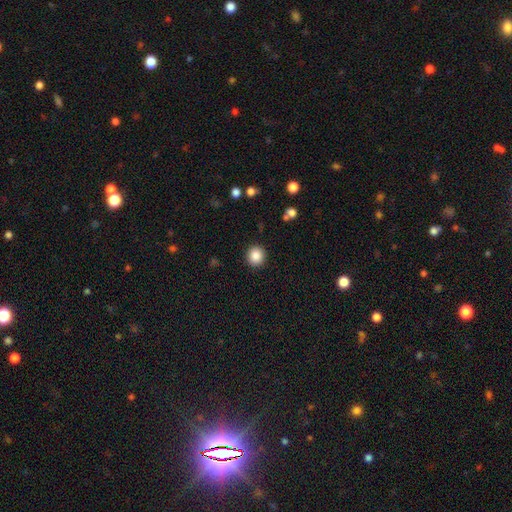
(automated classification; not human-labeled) smooth 87%, star or artifact 9%, featured or disk 4%. Down the decision tree: how rounded — round (92%); merging — none (92%).